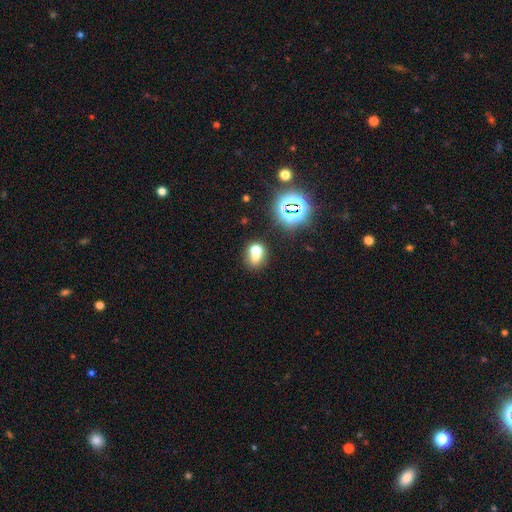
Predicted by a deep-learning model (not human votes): Smooth or featured? Predicted: smooth (p=0.63). How rounded? Predicted: round (p=0.55). Merging? Predicted: merger (p=0.43).